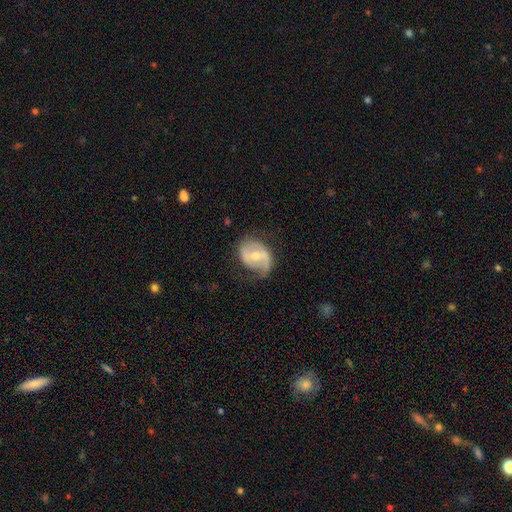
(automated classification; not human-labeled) A featured or disk galaxy (77%) with a weak bar (50%), 2 (77%) medium (46%) spiral arms (91%) and a moderate central bulge (54%). Merging: none (59%).